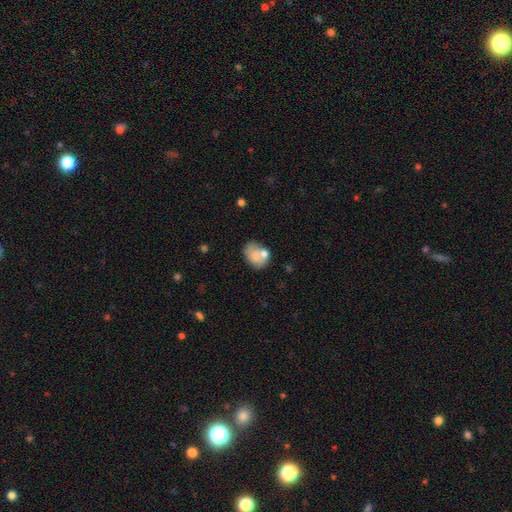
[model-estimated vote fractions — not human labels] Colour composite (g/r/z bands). It shows a smooth galaxy with no disk features (68%) that is in between round and cigar-shaped (62%). Merging: none (45%).